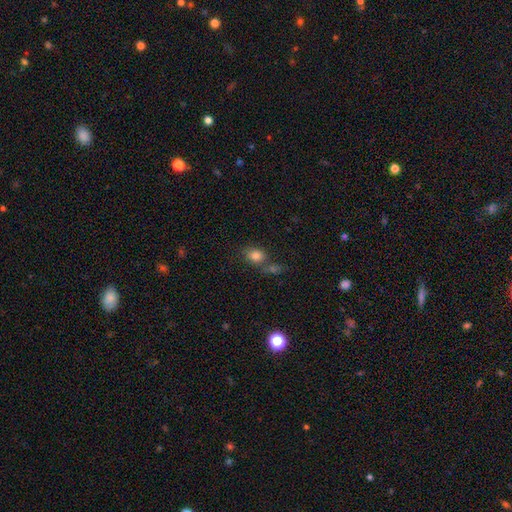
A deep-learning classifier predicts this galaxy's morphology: type=smooth (80%); roundness=in between (56%); merging=none (51%).